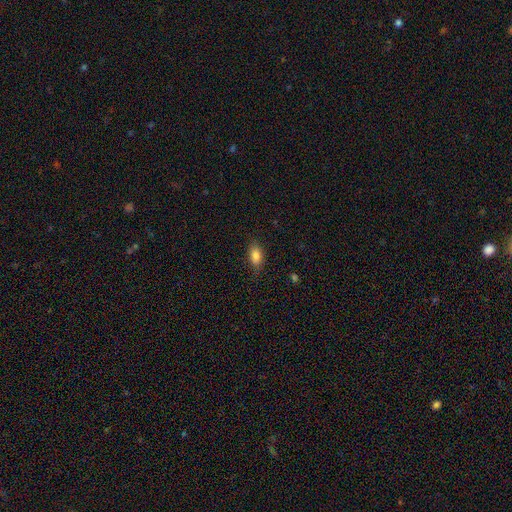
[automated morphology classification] smooth_or_featured: smooth (p=0.85) [alt: star or artifact p=0.09]
how_rounded: in between (p=0.88) [alt: round p=0.07]
merging: none (p=0.82) [alt: minor disturbance p=0.14]